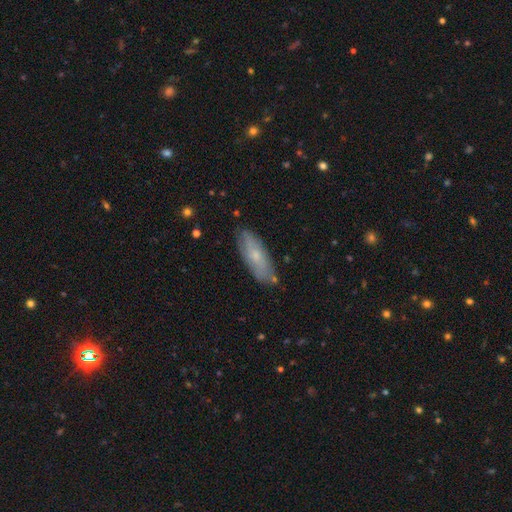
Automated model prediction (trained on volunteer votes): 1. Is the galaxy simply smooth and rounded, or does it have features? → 60% smooth, 34% featured or disk, 7% star or artifact.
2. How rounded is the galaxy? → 60% in between, 38% cigar-shaped, 2% round.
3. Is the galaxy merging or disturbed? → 80% none, 15% minor disturbance, 3% major disturbance, 2% merger.